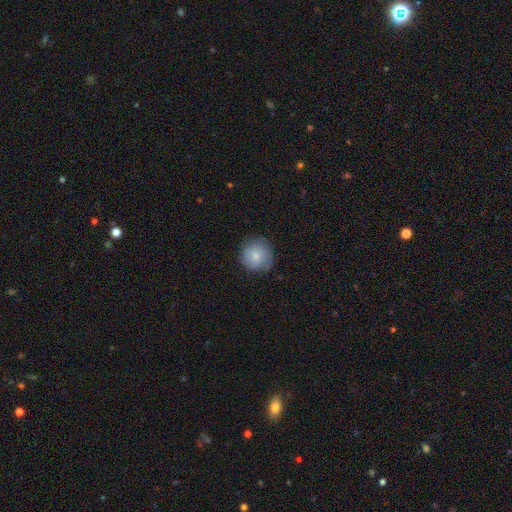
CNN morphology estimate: Smooth or featured? smooth (78%)
How rounded? round (90%)
Merging? none (77%)